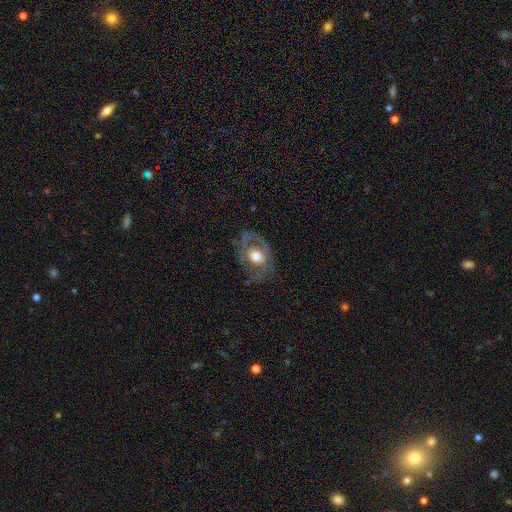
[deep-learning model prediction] Q: Smooth or featured?
A: featured or disk (67%); runner-up: smooth (25%)
Q: Edge-on disk?
A: no (94%); runner-up: yes (6%)
Q: Bar?
A: no (74%); runner-up: weak (20%)
Q: Spiral arms?
A: yes (52%); runner-up: no (48%)
Q: Bulge size?
A: moderate (63%); runner-up: large (28%)
Q: Merging?
A: none (66%); runner-up: minor disturbance (20%)